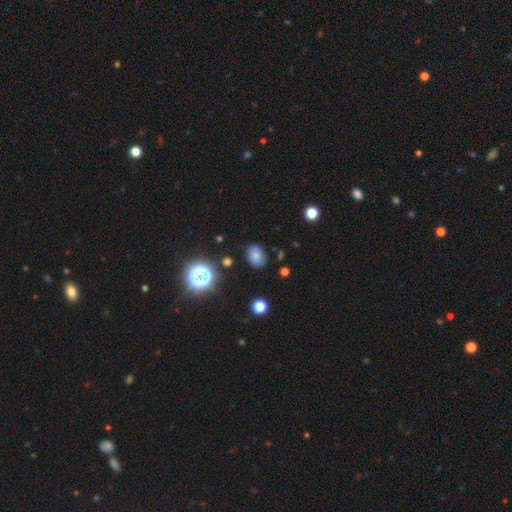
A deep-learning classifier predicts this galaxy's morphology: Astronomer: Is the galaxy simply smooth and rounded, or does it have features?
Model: smooth — 74%.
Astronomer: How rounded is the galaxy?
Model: in between — 68%.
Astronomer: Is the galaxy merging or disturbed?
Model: none — 82%.